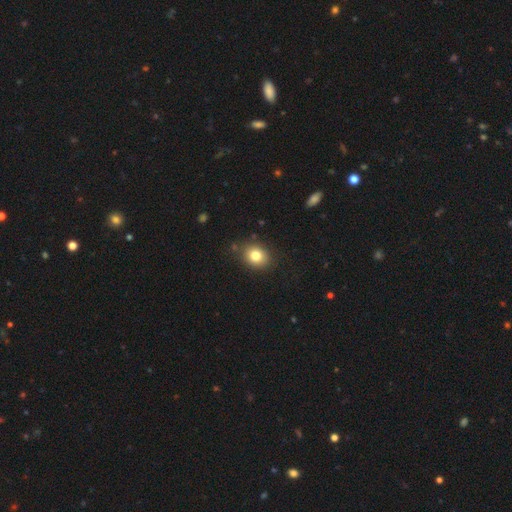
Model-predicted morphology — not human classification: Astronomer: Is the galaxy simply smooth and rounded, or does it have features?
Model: smooth — 81%.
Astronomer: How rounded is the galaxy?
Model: round — 60% (runner-up: in between, 39%).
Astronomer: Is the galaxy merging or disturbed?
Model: none — 84%.